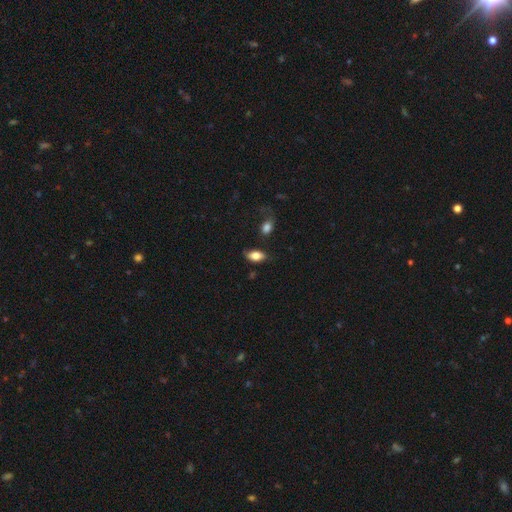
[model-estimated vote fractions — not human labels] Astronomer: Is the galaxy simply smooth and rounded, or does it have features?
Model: smooth — 80%.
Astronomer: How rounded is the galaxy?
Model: in between — 91%.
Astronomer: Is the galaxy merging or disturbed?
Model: none — 76%.